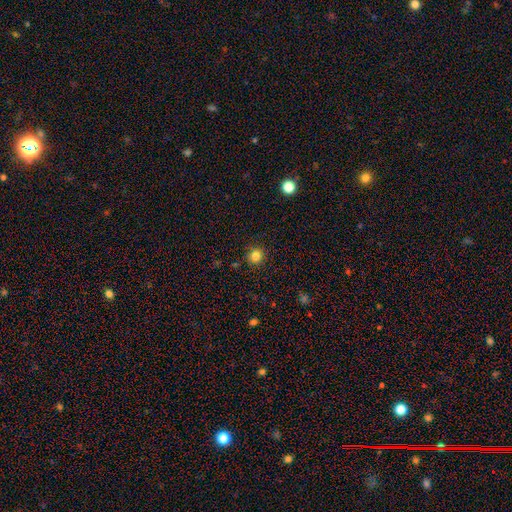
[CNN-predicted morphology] The model was most divided on "smooth or featured": smooth: 82%, star or artifact: 13%, featured or disk: 5%. More confident: how rounded — round (93%); merging — none (90%).